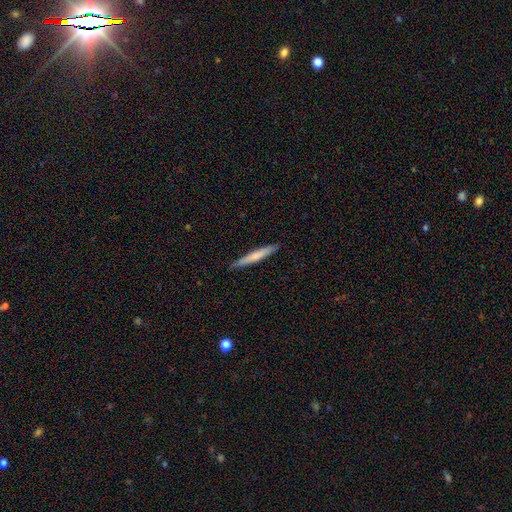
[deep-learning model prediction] smooth 63%, featured or disk 32%, star or artifact 5%. Down the decision tree: how rounded — cigar-shaped (95%); merging — none (89%).